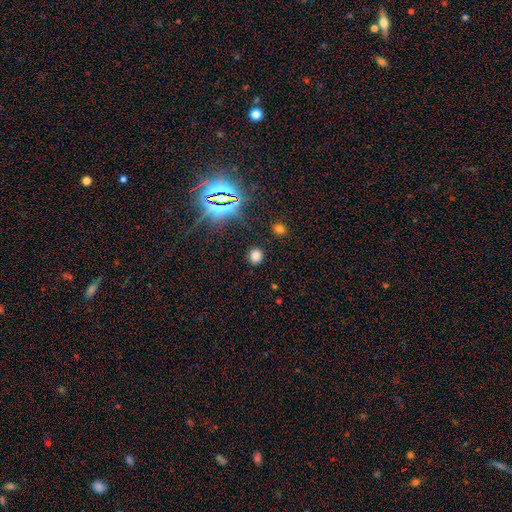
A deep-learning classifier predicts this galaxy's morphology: Smooth or featured? smooth (73%)
How rounded? round (83%)
Merging? none (89%)